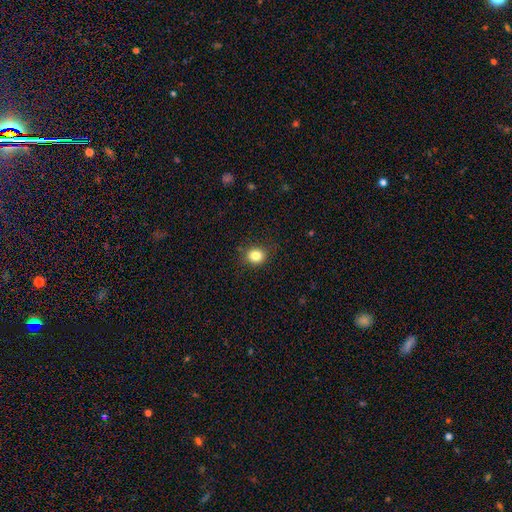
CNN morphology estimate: smooth-or-featured: smooth: 83% | star or artifact: 11% | featured or disk: 6%
  how-rounded: round: 74% | in between: 26% | cigar-shaped: 1%
  merging: none: 86% | minor disturbance: 10% | major disturbance: 3% | merger: 1%